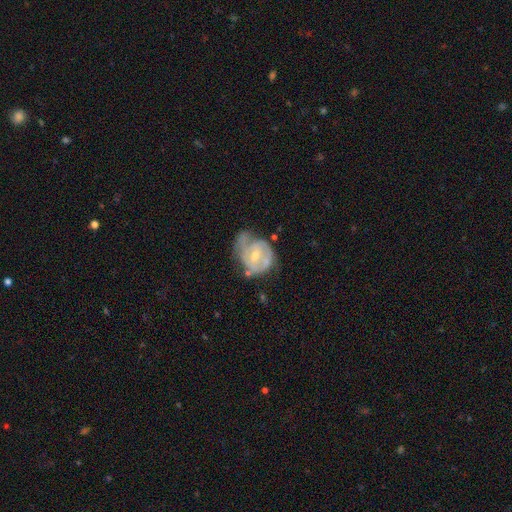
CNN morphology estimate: Smooth or featured? Predicted: featured or disk (p=0.70). Edge-on disk? Predicted: no (p=0.97). Bar? Predicted: no (p=0.49). Spiral arms? Predicted: yes (p=0.77). Spiral winding? Predicted: tight (p=0.47). Spiral arm count? Predicted: 2 (p=0.38). Bulge size? Predicted: small (p=0.53). Merging? Predicted: none (p=0.35).